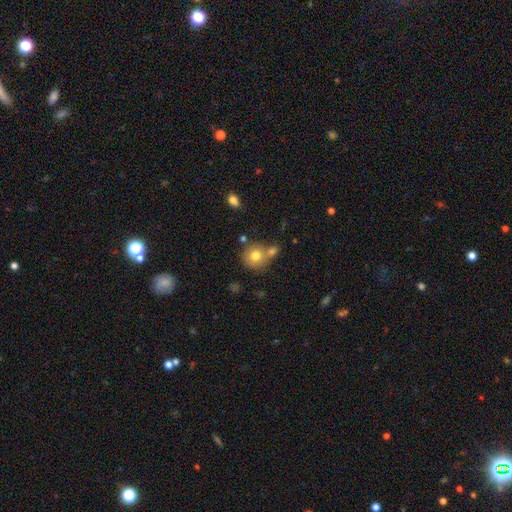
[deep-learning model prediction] A smooth galaxy with no disk features (74%) that is round (86%).

Vote fractions:
- Smooth or featured? smooth: 74% / featured or disk: 16% / star or artifact: 10%
- How rounded? round: 86% / in between: 13% / cigar-shaped: 1%
- Merging? none: 51% / merger: 33% / minor disturbance: 12% / major disturbance: 5%